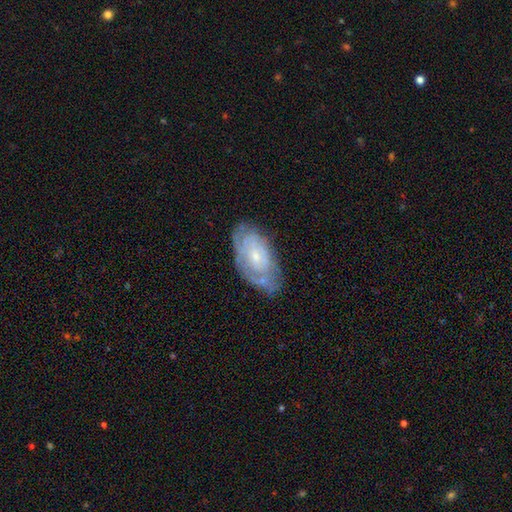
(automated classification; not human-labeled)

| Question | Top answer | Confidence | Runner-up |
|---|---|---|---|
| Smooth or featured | featured or disk | 71% | smooth (22%) |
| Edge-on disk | no | 93% | yes (7%) |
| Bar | no | 72% | weak (24%) |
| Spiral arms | yes | 79% | no (21%) |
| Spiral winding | tight | 69% | medium (24%) |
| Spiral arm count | can't tell | 57% | 2 (20%) |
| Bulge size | small | 69% | moderate (25%) |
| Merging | none | 63% | minor disturbance (25%) |